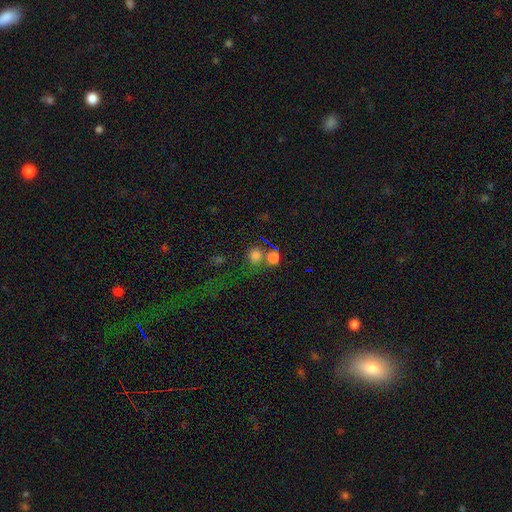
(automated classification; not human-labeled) A smooth galaxy with no disk features (78%) that is round (85%). Merging: none (48%).